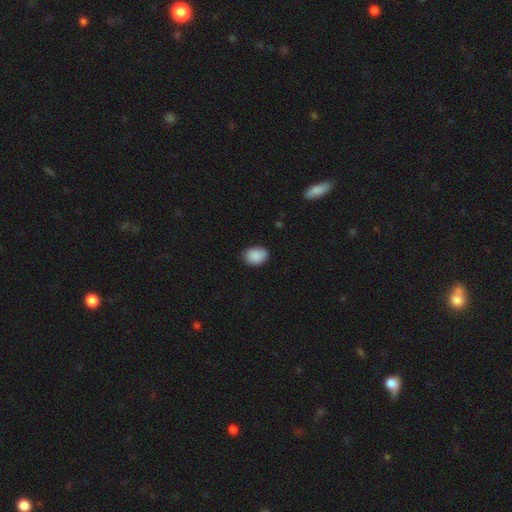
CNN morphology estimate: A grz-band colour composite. It shows a smooth galaxy with no disk features (89%) that is in between round and cigar-shaped (68%). Merging: none (80%).